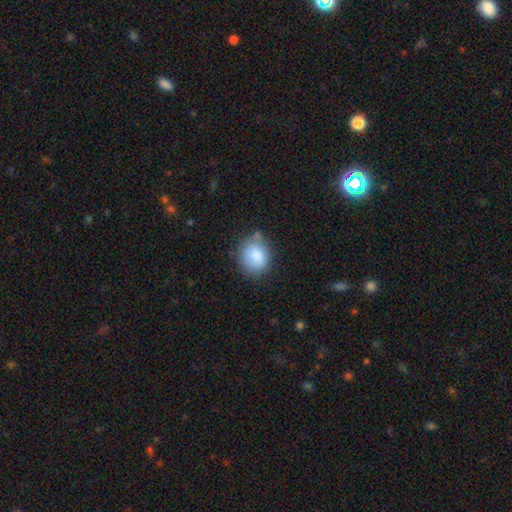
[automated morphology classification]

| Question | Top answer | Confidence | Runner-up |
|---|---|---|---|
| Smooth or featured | smooth | 84% | featured or disk (9%) |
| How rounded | round | 64% | in between (35%) |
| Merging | none | 65% | minor disturbance (23%) |